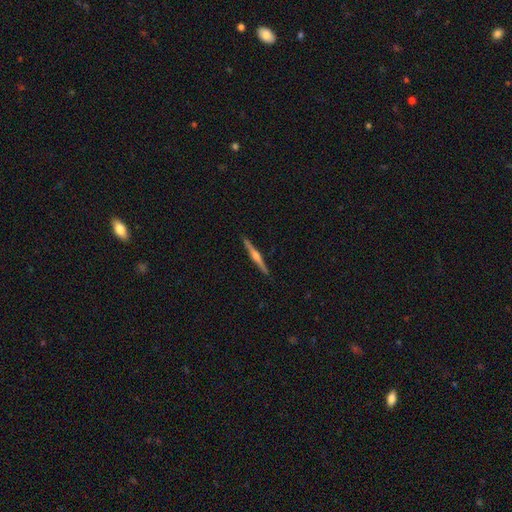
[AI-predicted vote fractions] Smooth or featured?
  - featured or disk: 77% *
  - smooth: 17%
  - star or artifact: 5%
Edge-on disk?
  - yes: 98% *
  - no: 2%
Edge-on bulge?
  - rounded: 86% *
  - boxy: 8%
  - none: 6%
Merging?
  - none: 92% *
  - minor disturbance: 5%
  - major disturbance: 1%
  - merger: 1%